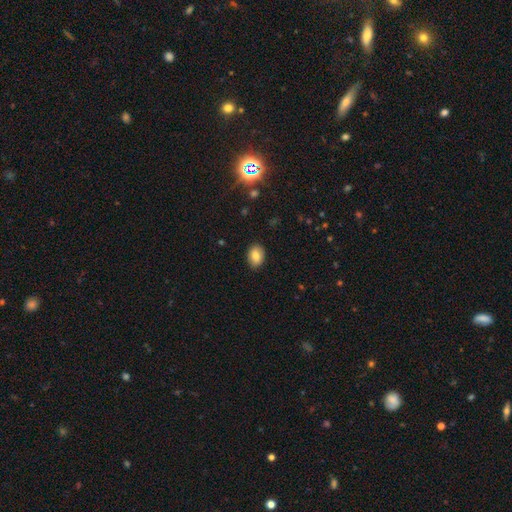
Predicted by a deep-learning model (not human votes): smooth-or-featured: smooth: 80% | featured or disk: 12% | star or artifact: 8%
  how-rounded: in between: 75% | round: 24% | cigar-shaped: 1%
  merging: none: 88% | minor disturbance: 9% | major disturbance: 2% | merger: 1%